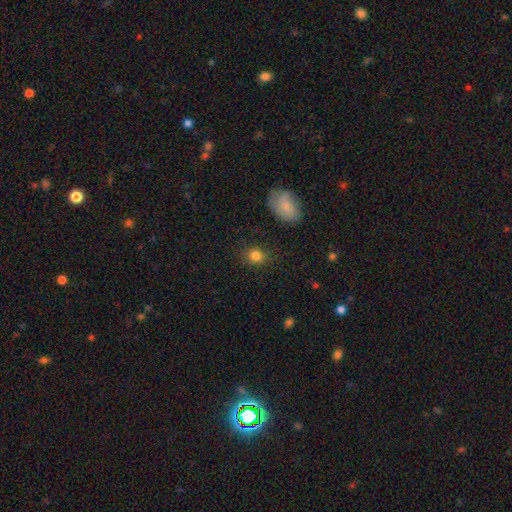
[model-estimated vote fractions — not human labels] Q: Smooth or featured?
A: smooth (84%); runner-up: star or artifact (11%)
Q: How rounded?
A: round (71%); runner-up: in between (28%)
Q: Merging?
A: none (84%); runner-up: minor disturbance (11%)